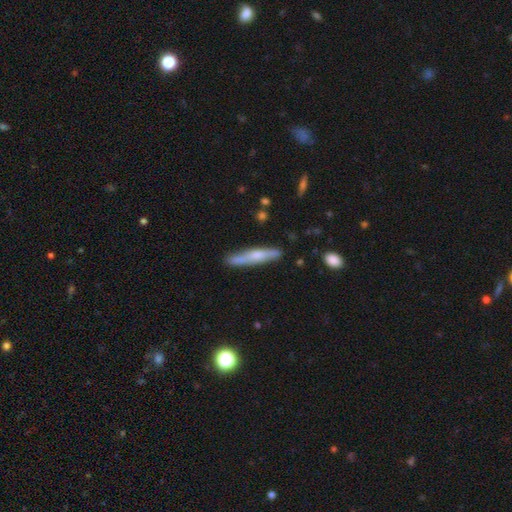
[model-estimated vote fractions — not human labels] Morphology: type=smooth (48%); merging=none (81%).